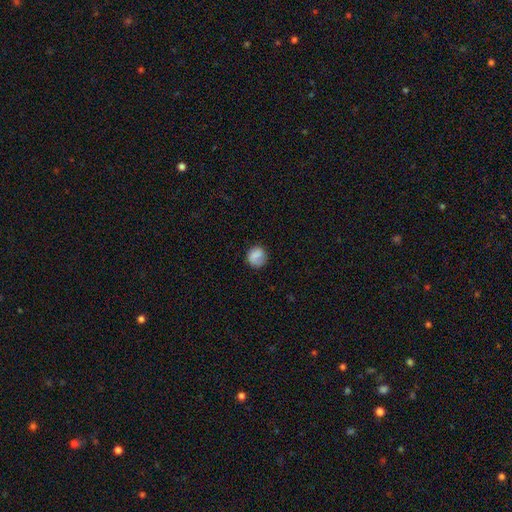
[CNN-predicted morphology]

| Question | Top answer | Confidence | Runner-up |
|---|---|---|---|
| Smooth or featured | smooth | 80% | featured or disk (12%) |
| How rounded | round | 84% | in between (15%) |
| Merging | none | 73% | minor disturbance (19%) |